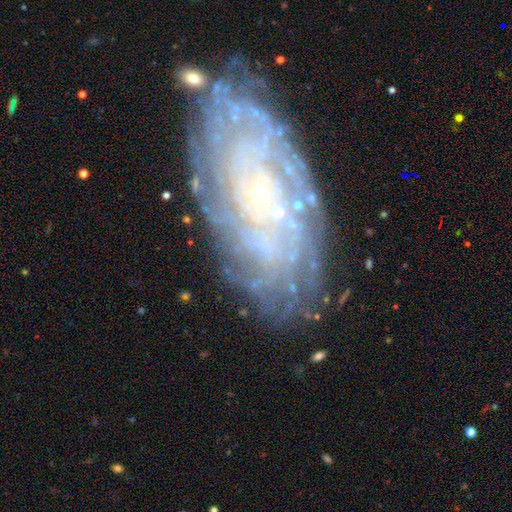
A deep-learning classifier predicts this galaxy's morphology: Smooth or featured?
  - featured or disk: 82% *
  - smooth: 10%
  - star or artifact: 8%
Edge-on disk?
  - no: 93% *
  - yes: 7%
Bar?
  - no: 76% *
  - weak: 18%
  - strong: 6%
Spiral arms?
  - yes: 92% *
  - no: 8%
Spiral winding?
  - tight: 79% *
  - medium: 16%
  - loose: 5%
Spiral arm count?
  - can't tell: 44% *
  - more than 4: 19%
  - 4: 12%
  - 2: 9%
  - 3: 9%
  - 1: 7%
Bulge size?
  - small: 82% *
  - none: 8%
  - moderate: 7%
  - large: 2%
  - dominant: 1%
Merging?
  - none: 75% *
  - minor disturbance: 16%
  - major disturbance: 6%
  - merger: 3%